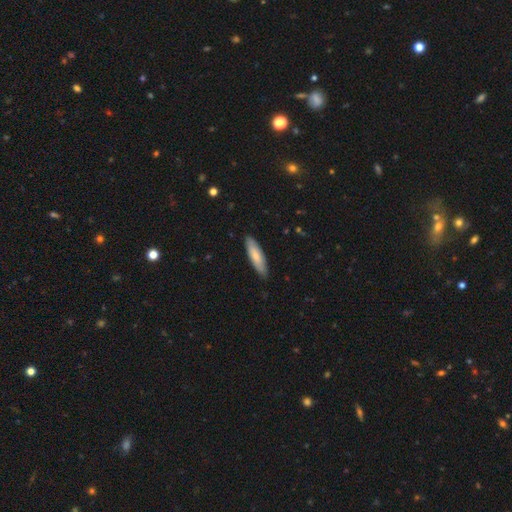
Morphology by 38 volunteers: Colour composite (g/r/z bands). It shows a smooth galaxy with no disk features (82%) that is cigar-shaped (71%). Merging: none (87%).